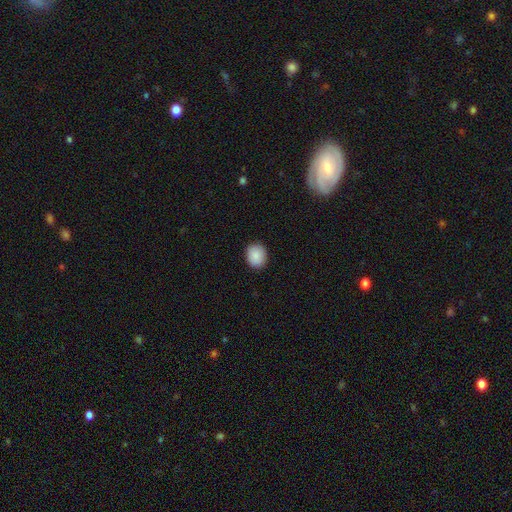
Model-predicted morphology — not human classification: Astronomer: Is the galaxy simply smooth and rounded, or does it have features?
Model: smooth — 89%.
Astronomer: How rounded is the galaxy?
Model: round — 60% (runner-up: in between, 39%).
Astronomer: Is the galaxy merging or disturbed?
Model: none — 89%.